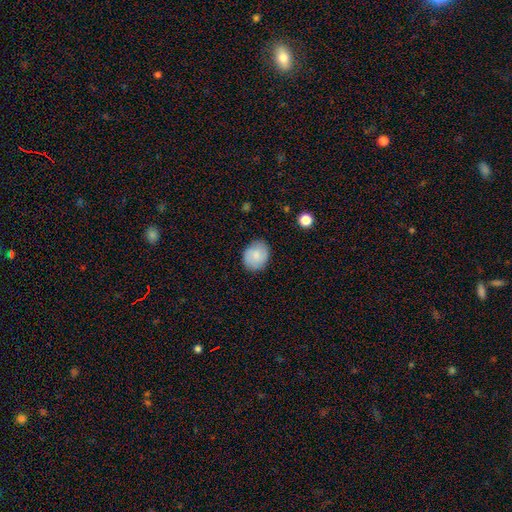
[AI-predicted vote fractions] Smooth or featured? Predicted: smooth (p=0.80). How rounded? Predicted: round (p=0.56). Merging? Predicted: none (p=0.82).